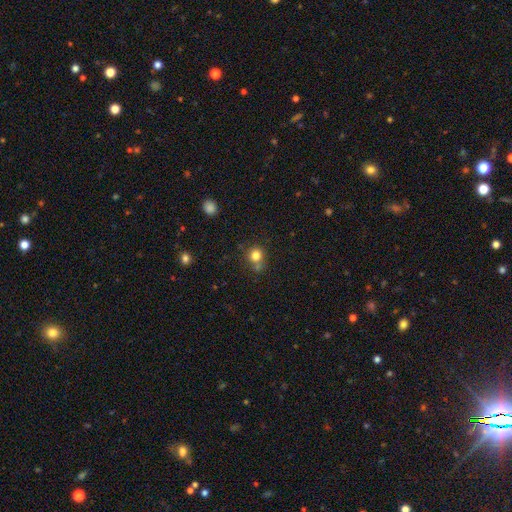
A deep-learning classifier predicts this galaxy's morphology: type=smooth (80%); roundness=round (85%); merging=none (63%).